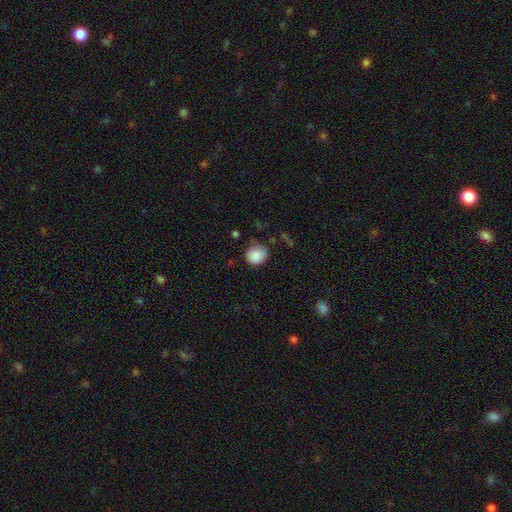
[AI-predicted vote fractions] Smooth or featured: smooth — 87% (star or artifact — 8%)
How rounded: round — 85% (in between — 14%)
Merging: none — 66% (minor disturbance — 26%)